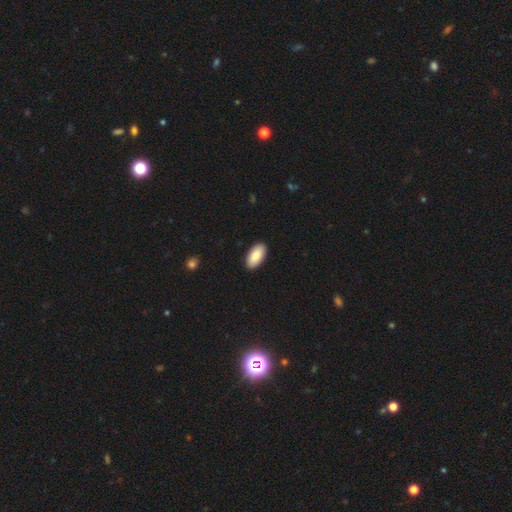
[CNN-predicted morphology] Smooth or featured? smooth (86%)
How rounded? in between (95%)
Merging? none (91%)